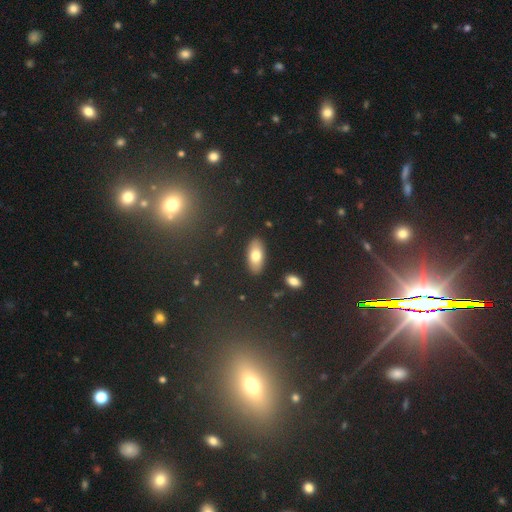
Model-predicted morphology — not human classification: Smooth or featured? Predicted: smooth (p=0.76). How rounded? Predicted: in between (p=0.89). Merging? Predicted: none (p=0.88).